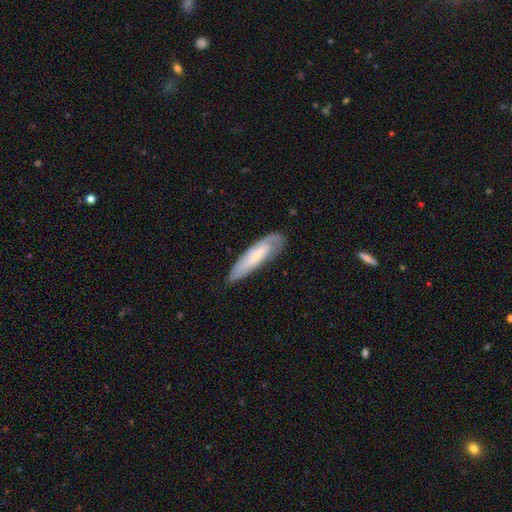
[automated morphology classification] featured or disk 50%, smooth 45%, star or artifact 6%. Down the decision tree: merging — none (72%).